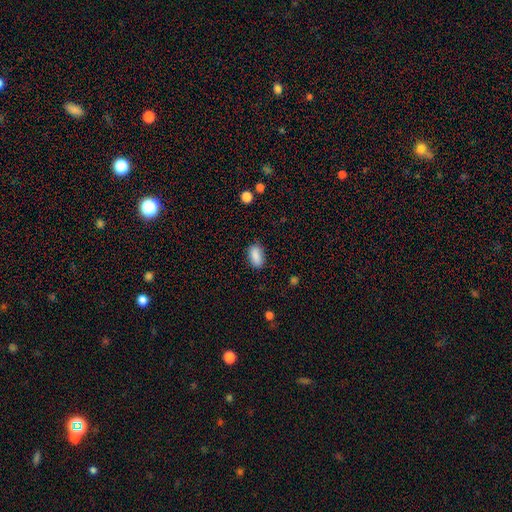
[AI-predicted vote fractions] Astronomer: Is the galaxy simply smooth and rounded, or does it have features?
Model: smooth — 88%.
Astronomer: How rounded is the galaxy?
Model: in between — 90%.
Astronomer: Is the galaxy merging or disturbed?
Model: none — 82%.